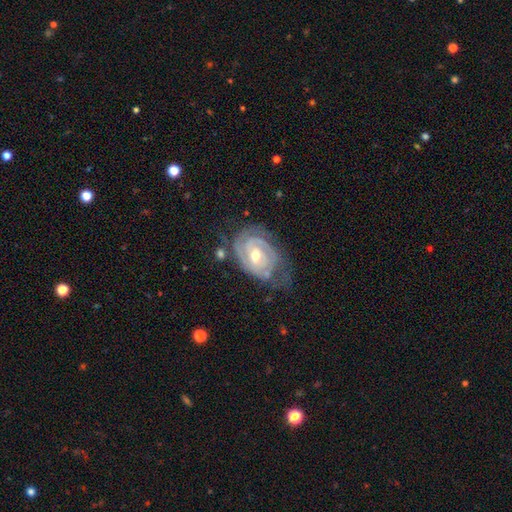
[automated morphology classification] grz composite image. It shows a featured or disk galaxy (88%) with no bar (45%), 2 (47%) tight (75%) spiral arms (95%) and a moderate central bulge (65%). Merging: none (57%).